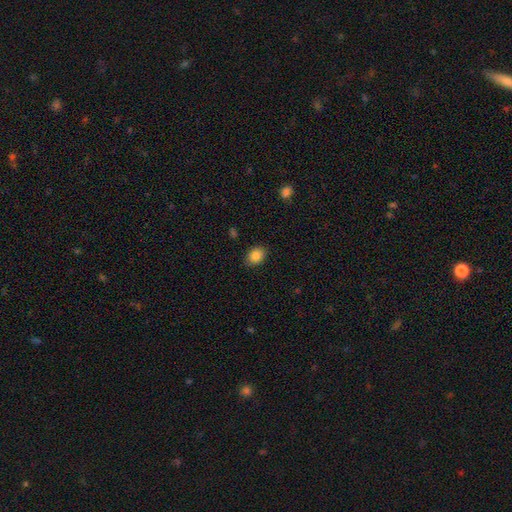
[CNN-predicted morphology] Smooth or featured?
  - smooth: 84% *
  - star or artifact: 9%
  - featured or disk: 6%
How rounded?
  - in between: 59% *
  - round: 40%
  - cigar-shaped: 1%
Merging?
  - none: 87% *
  - minor disturbance: 10%
  - major disturbance: 2%
  - merger: 1%